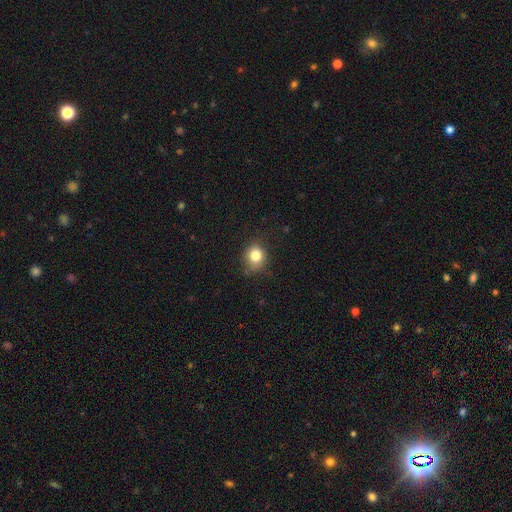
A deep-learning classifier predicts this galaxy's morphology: smooth-or-featured: smooth: 82% | star or artifact: 11% | featured or disk: 7%
  how-rounded: round: 73% | in between: 26% | cigar-shaped: 1%
  merging: none: 75% | minor disturbance: 19% | major disturbance: 4% | merger: 2%